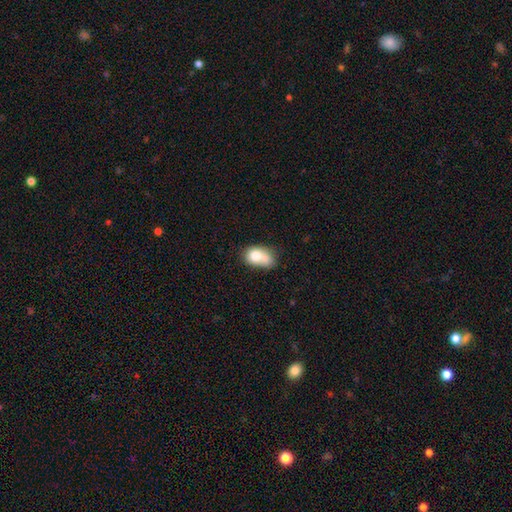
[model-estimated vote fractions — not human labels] Smooth or featured?
  - smooth: 73% *
  - featured or disk: 18%
  - star or artifact: 9%
How rounded?
  - in between: 72% *
  - round: 26%
  - cigar-shaped: 2%
Merging?
  - merger: 40% *
  - none: 29%
  - minor disturbance: 20%
  - major disturbance: 11%